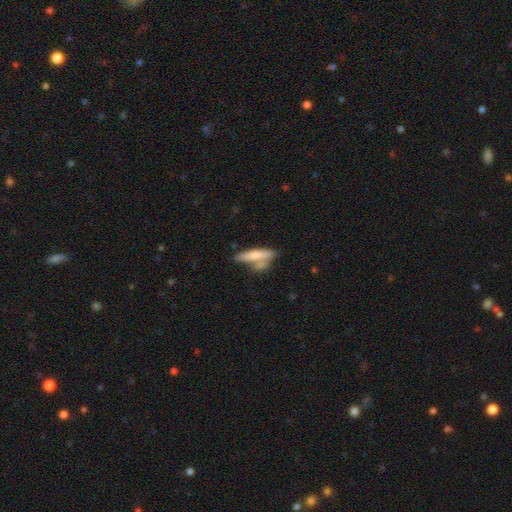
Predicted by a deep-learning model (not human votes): smooth 64%, featured or disk 29%, star or artifact 7%. Down the decision tree: how rounded — cigar-shaped (75%); merging — none (50%).